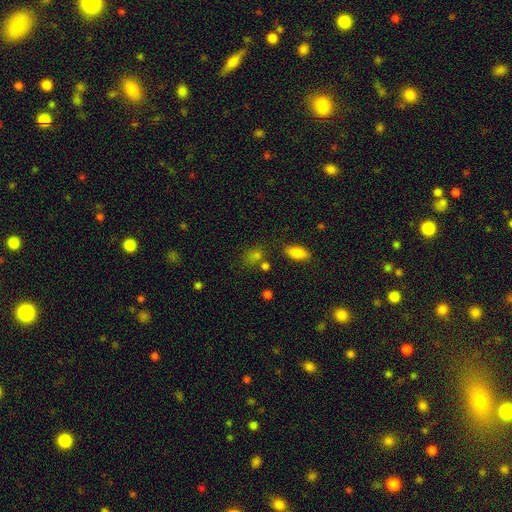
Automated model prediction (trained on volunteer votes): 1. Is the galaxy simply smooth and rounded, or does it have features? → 72% smooth, 19% star or artifact, 9% featured or disk.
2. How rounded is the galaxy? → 61% in between, 36% round, 3% cigar-shaped.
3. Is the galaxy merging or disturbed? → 61% none, 16% minor disturbance, 16% merger, 7% major disturbance.